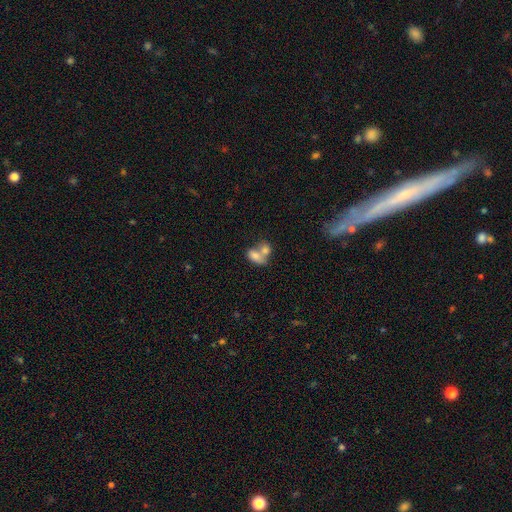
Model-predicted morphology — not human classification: Smooth or featured: smooth — 76% (featured or disk — 16%)
How rounded: in between — 80% (round — 18%)
Merging: merger — 68% (none — 20%)